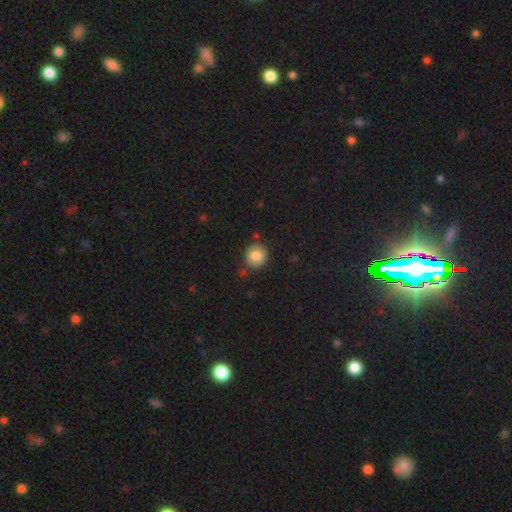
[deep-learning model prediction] Smooth or featured? smooth (84%)
How rounded? round (89%)
Merging? none (82%)